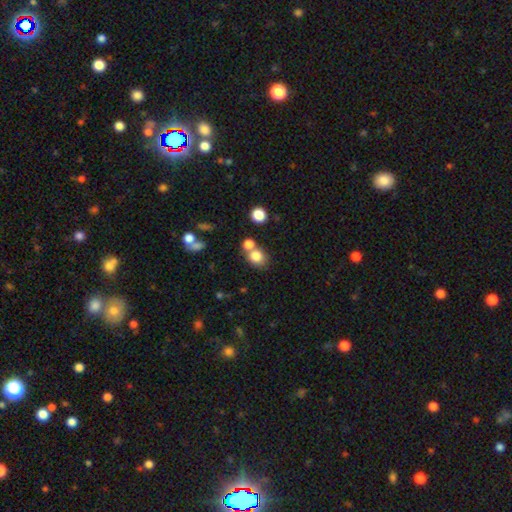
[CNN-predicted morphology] type=smooth (80%); roundness=round (68%); merging=none (52%).